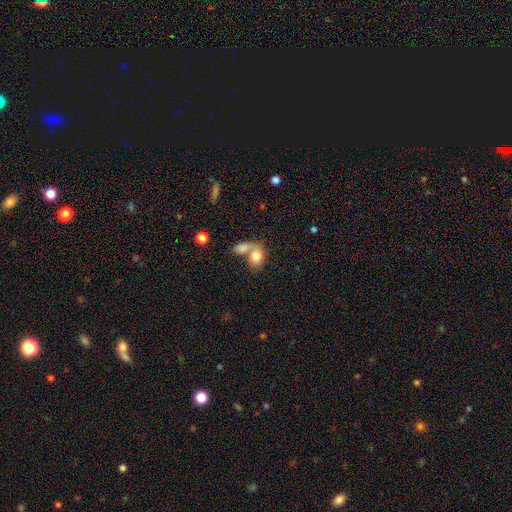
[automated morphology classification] Smooth or featured? Predicted: smooth (p=0.80). How rounded? Predicted: in between (p=0.68). Merging? Predicted: merger (p=0.60).